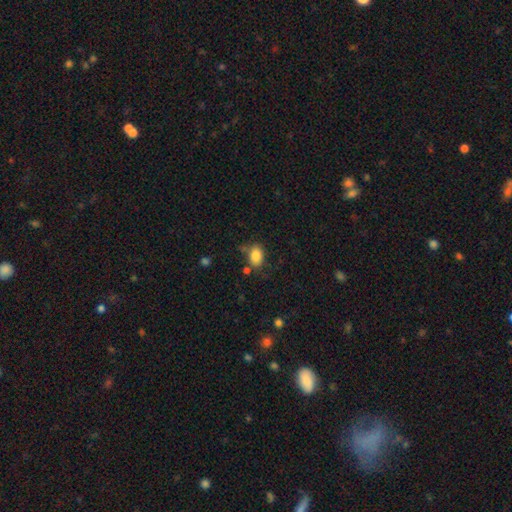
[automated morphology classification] smooth_or_featured: smooth (p=0.84) [alt: star or artifact p=0.09]
how_rounded: in between (p=0.77) [alt: round p=0.22]
merging: none (p=0.65) [alt: minor disturbance p=0.20]